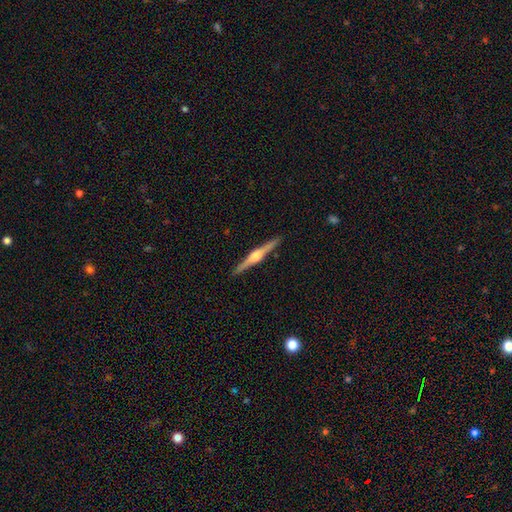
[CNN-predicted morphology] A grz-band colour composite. It shows a featured or disk galaxy (81%) viewed edge-on (99%) with a rounded central bulge (88%). Merging: none (92%).